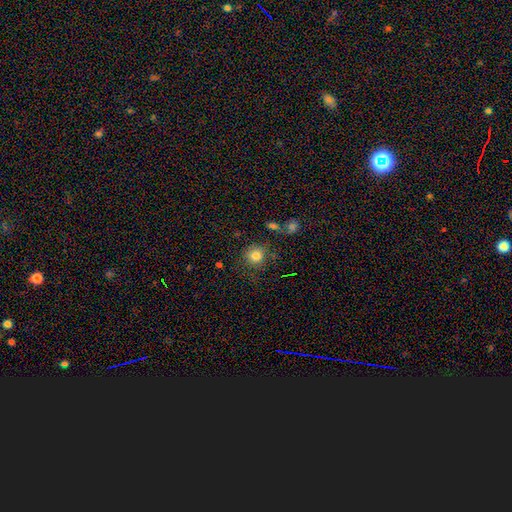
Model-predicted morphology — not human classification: Smooth or featured: smooth — 82% (star or artifact — 11%)
How rounded: round — 91% (in between — 8%)
Merging: none — 79% (minor disturbance — 12%)